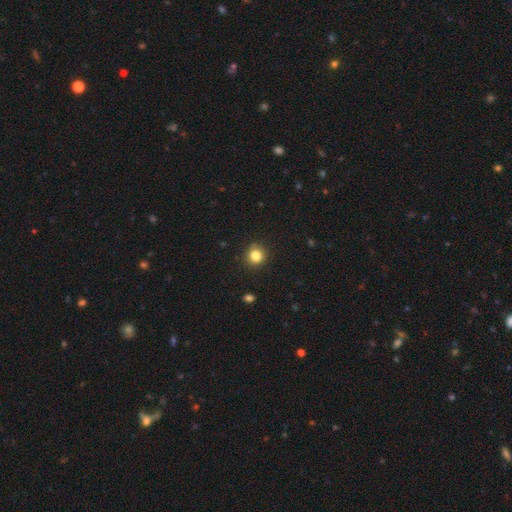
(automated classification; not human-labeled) Smooth or featured?
  - smooth: 83% *
  - star or artifact: 11%
  - featured or disk: 5%
How rounded?
  - round: 90% *
  - in between: 9%
  - cigar-shaped: 1%
Merging?
  - none: 88% *
  - minor disturbance: 8%
  - major disturbance: 2%
  - merger: 1%